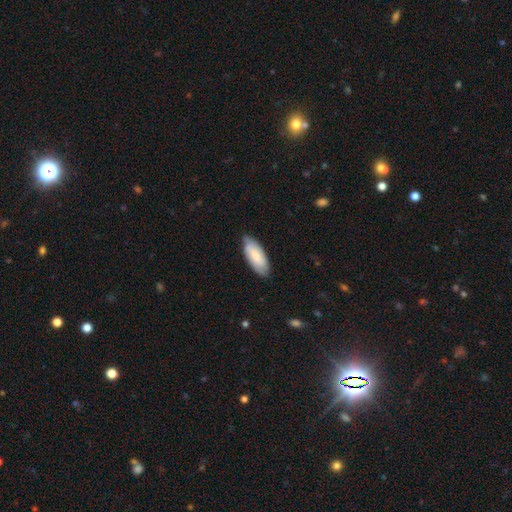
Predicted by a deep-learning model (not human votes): This is likely a smooth galaxy (73%). How rounded: clearly in between (82%). Merging: likely none (79%).